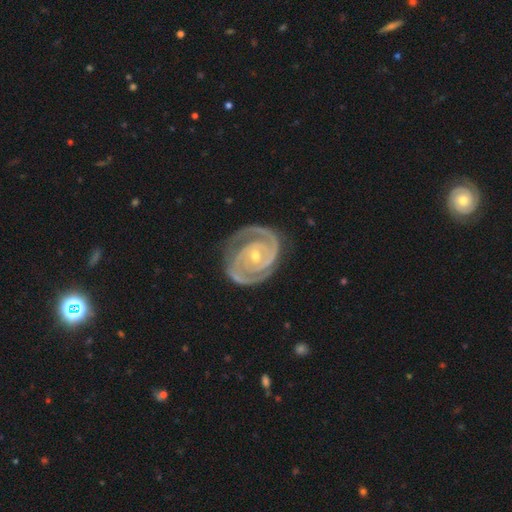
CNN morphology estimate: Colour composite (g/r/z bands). It shows a featured or disk galaxy (94%) with no bar (63%), 2 (88%) tight (78%) spiral arms (99%) and a small central bulge (63%). Merging: none (79%).